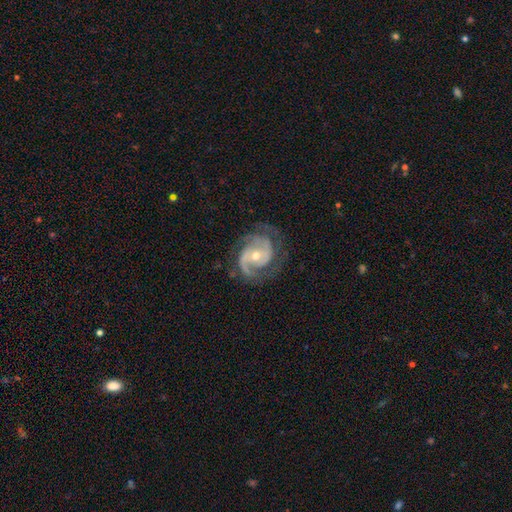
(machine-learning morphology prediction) Smooth or featured: featured or disk — 90% (smooth — 5%)
Edge-on disk: no — 98% (yes — 2%)
Bar: no — 58% (weak — 32%)
Spiral arms: yes — 97% (no — 3%)
Spiral winding: medium — 46% (tight — 42%)
Spiral arm count: 2 — 60% (3 — 21%)
Bulge size: moderate — 55% (small — 41%)
Merging: none — 71% (minor disturbance — 18%)